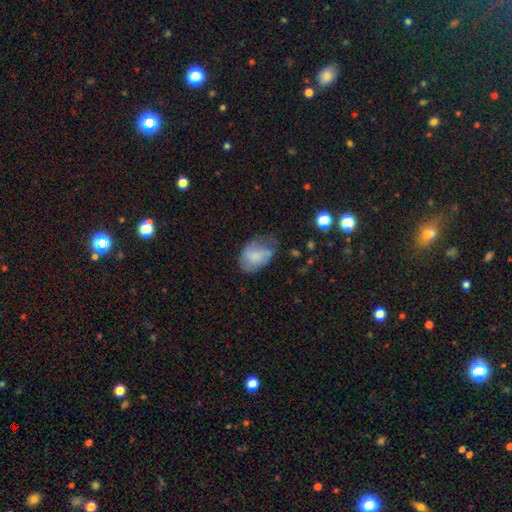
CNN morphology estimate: Q: Smooth or featured?
A: smooth (66%); runner-up: featured or disk (25%)
Q: How rounded?
A: in between (81%); runner-up: round (18%)
Q: Merging?
A: minor disturbance (37%); tied with: none (37%)